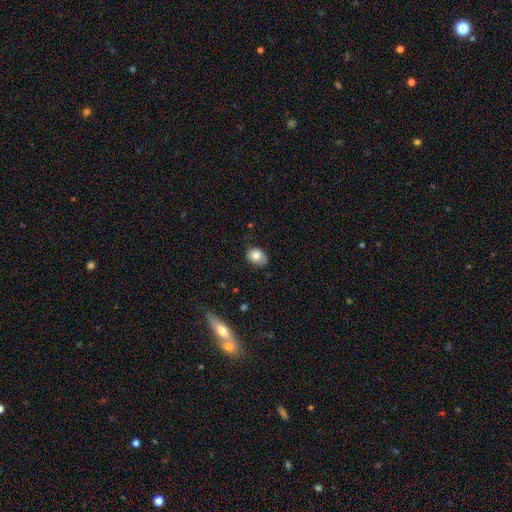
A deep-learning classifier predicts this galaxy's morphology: The model was most divided on "how rounded": in between: 56%, round: 43%, cigar-shaped: 1%. More confident: smooth or featured — smooth (79%); merging — none (69%).